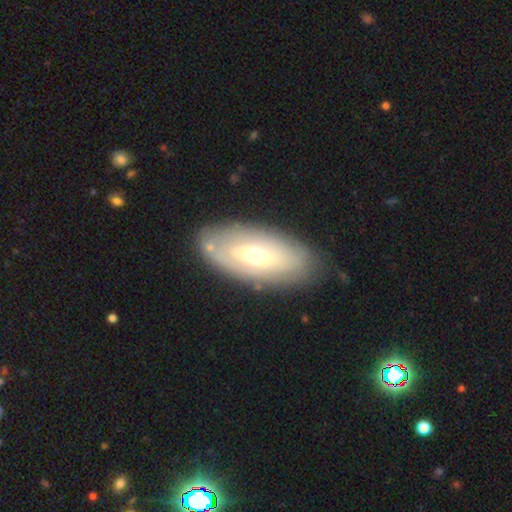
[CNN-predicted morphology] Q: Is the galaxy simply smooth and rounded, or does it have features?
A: featured or disk — 48%.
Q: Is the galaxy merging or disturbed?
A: none — 80%.